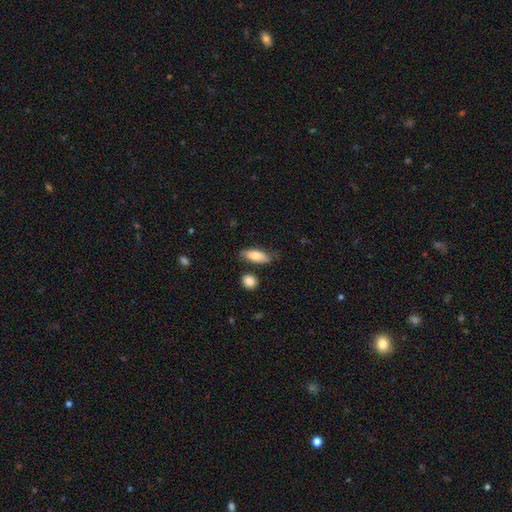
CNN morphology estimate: Overall: smooth (77%). How rounded: in between (74%). Merging: none (67%).